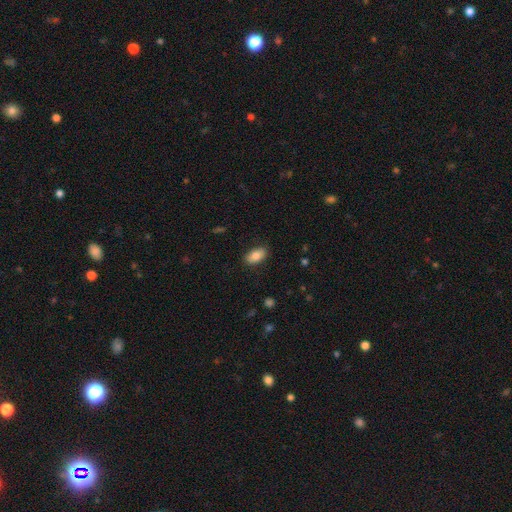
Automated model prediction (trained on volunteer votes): A smooth galaxy with no disk features (82%) that is in between round and cigar-shaped (92%). Merging: none (86%).